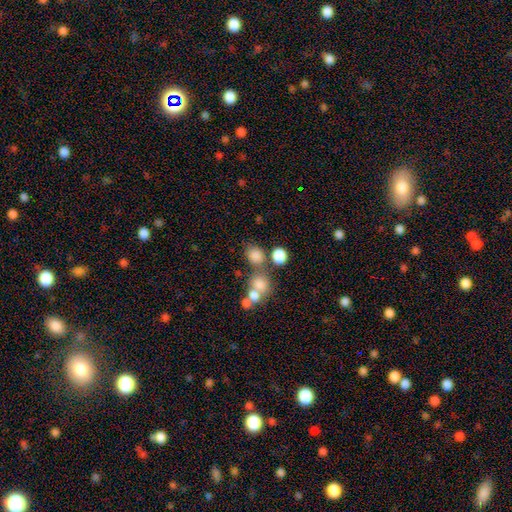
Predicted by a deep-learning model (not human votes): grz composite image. It shows a smooth galaxy with no disk features (78%) that is round (68%). Merging: none (54%).